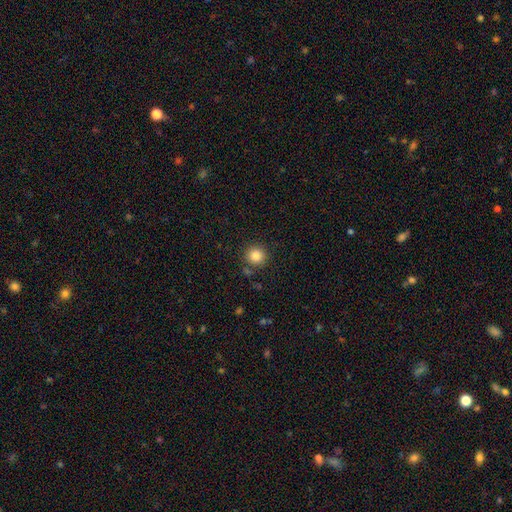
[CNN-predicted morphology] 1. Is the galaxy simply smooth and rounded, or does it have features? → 84% smooth, 11% star or artifact, 5% featured or disk.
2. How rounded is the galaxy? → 93% round, 6% in between, 1% cigar-shaped.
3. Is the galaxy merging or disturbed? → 85% none, 8% minor disturbance, 5% merger, 3% major disturbance.